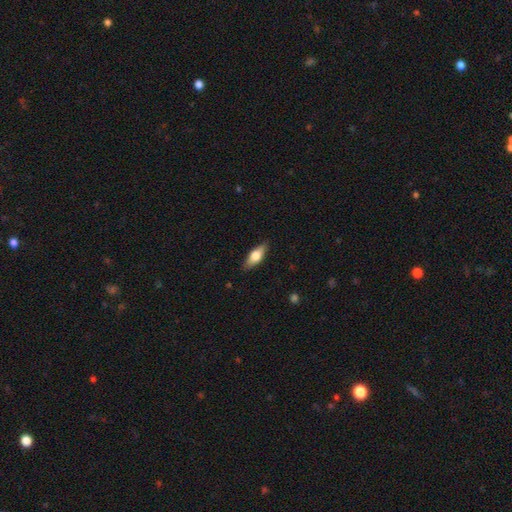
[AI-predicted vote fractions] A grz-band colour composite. It shows a smooth galaxy with no disk features (65%) that is in between round and cigar-shaped (70%). Merging: none (86%).